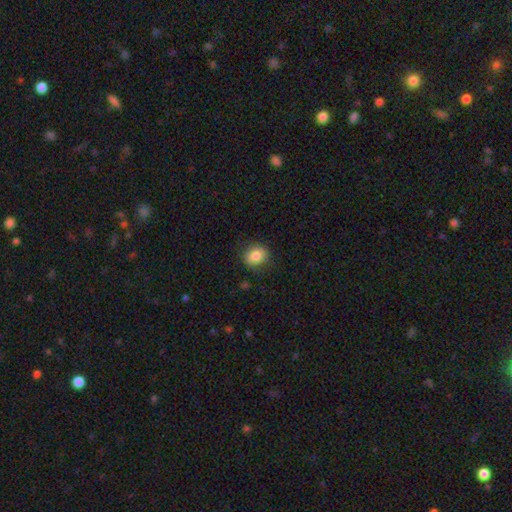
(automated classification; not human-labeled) smooth-or-featured: smooth: 82% | star or artifact: 9% | featured or disk: 9%
  how-rounded: round: 63% | in between: 36% | cigar-shaped: 1%
  merging: none: 84% | minor disturbance: 12% | major disturbance: 3% | merger: 1%